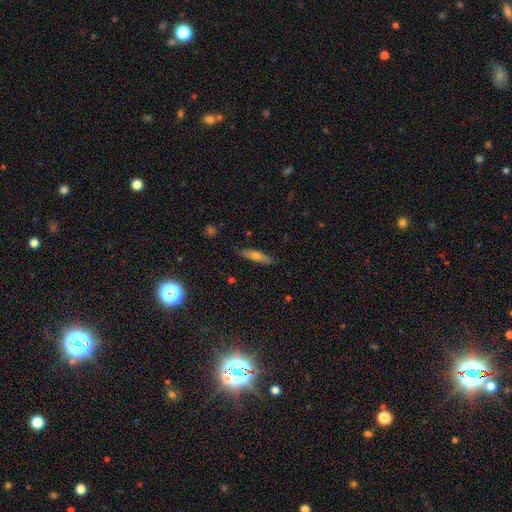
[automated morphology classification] smooth 60%, featured or disk 31%, star or artifact 9%. Down the decision tree: how rounded — cigar-shaped (69%); merging — none (86%).